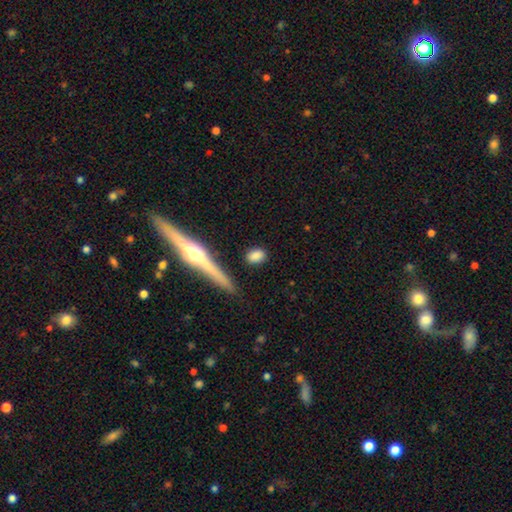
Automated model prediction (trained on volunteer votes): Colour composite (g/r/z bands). It shows a smooth galaxy with no disk features (83%) that is in between round and cigar-shaped (66%). Merging: none (84%).